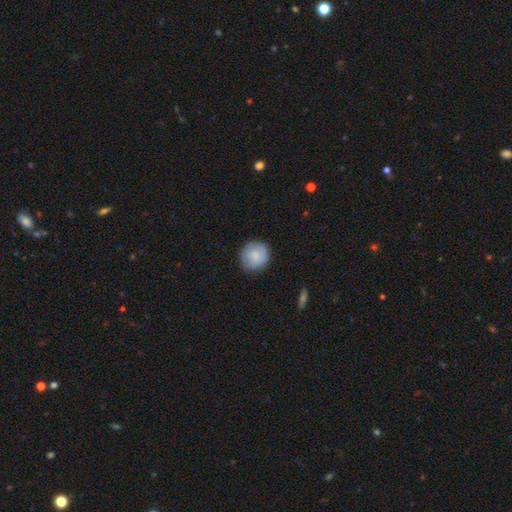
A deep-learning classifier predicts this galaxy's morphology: Smooth or featured: smooth — 79% (featured or disk — 14%)
How rounded: round — 91% (in between — 8%)
Merging: none — 84% (minor disturbance — 12%)